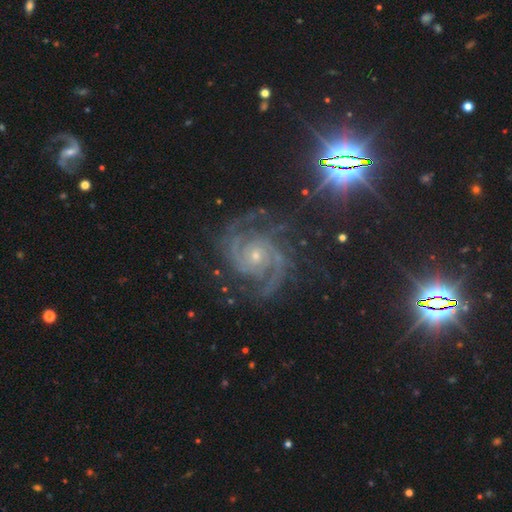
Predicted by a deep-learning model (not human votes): Smooth or featured? Predicted: featured or disk (p=0.87). Edge-on disk? Predicted: no (p=0.98). Bar? Predicted: no (p=0.72). Spiral arms? Predicted: yes (p=0.99). Spiral winding? Predicted: medium (p=0.47). Spiral arm count? Predicted: 2 (p=0.71). Bulge size? Predicted: small (p=0.71). Merging? Predicted: none (p=0.76).